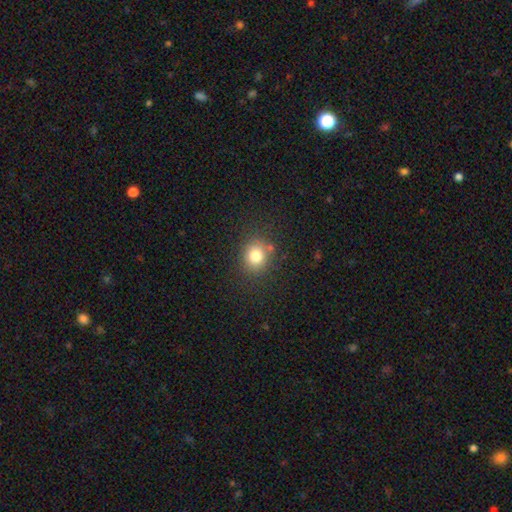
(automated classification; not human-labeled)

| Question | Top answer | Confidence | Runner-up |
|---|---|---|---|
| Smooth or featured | smooth | 78% | star or artifact (14%) |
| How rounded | round | 77% | in between (22%) |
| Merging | none | 79% | minor disturbance (12%) |